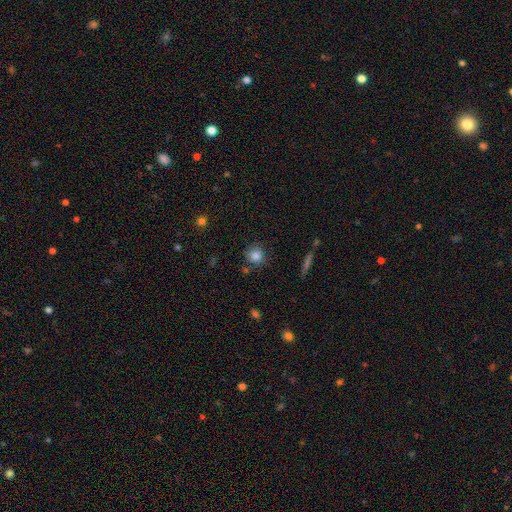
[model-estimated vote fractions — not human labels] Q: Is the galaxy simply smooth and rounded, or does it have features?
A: smooth — 83%.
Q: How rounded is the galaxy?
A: round — 89%.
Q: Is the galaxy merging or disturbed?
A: none — 81%.